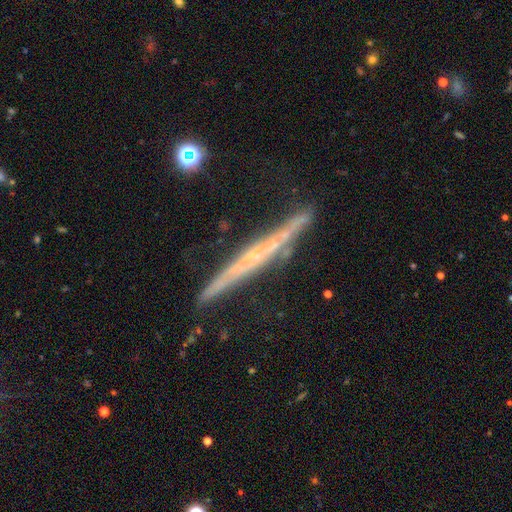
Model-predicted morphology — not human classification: Smooth or featured? featured or disk (79%)
Edge-on disk? yes (96%)
Edge-on bulge? none (51%)
Merging? none (75%)